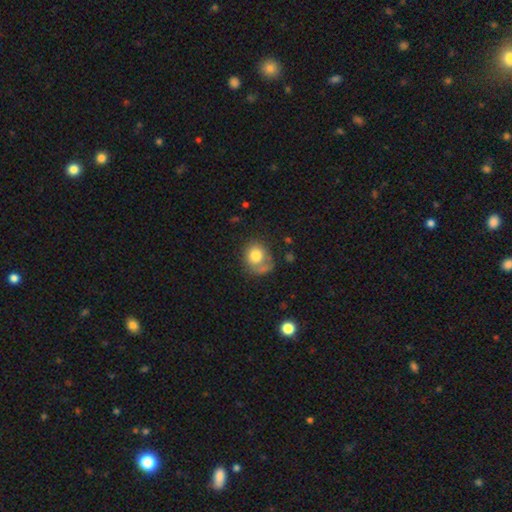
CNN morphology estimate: A smooth galaxy with no disk features (75%) that is round (71%).

Vote fractions:
- Smooth or featured? smooth: 75% / featured or disk: 16% / star or artifact: 9%
- How rounded? round: 71% / in between: 29% / cigar-shaped: 1%
- Merging? none: 48% / minor disturbance: 25% / major disturbance: 18% / merger: 9%